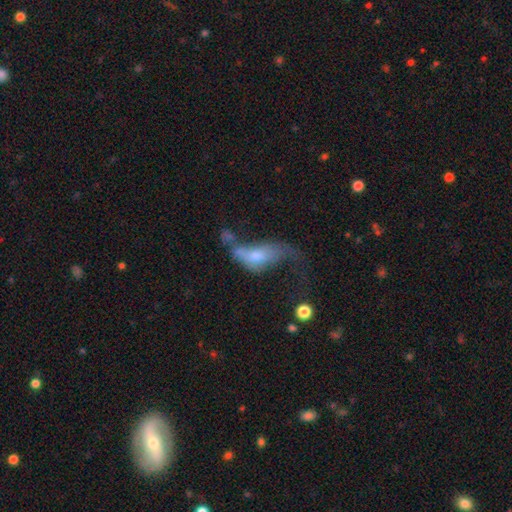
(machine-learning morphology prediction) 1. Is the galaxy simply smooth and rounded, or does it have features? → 50% featured or disk, 39% smooth, 10% star or artifact.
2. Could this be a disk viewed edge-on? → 86% no, 14% yes.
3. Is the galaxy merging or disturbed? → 45% major disturbance, 24% merger, 17% none, 14% minor disturbance.